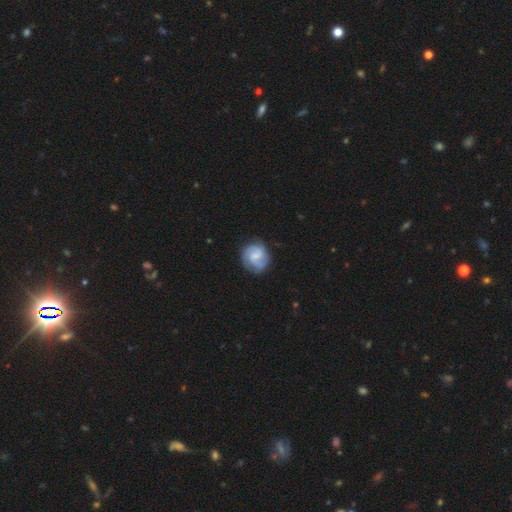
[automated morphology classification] This is likely a featured or disk galaxy (73%). It is clearly not viewed edge-on (98%). Bar: possibly weak (52%). Spiral arm pattern: clearly yes (95%). Spiral arm count: likely 2 (64%). Spiral winding: possibly medium (45%). Central bulge: possibly small (50%). Merging: likely none (78%).